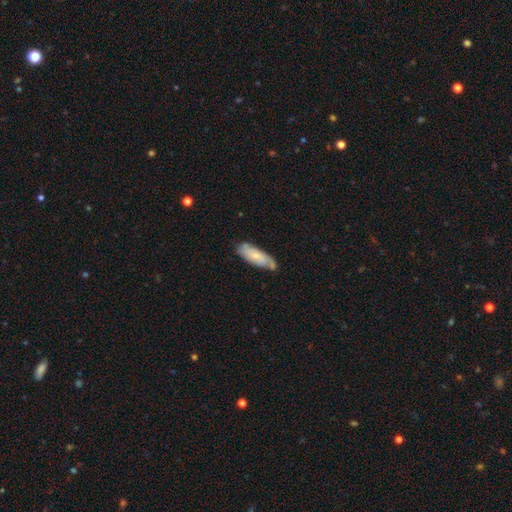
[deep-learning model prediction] smooth-or-featured: smooth: 57% | featured or disk: 37% | star or artifact: 6%
  how-rounded: in between: 61% | cigar-shaped: 38% | round: 2%
  merging: none: 62% | minor disturbance: 27% | merger: 6% | major disturbance: 6%